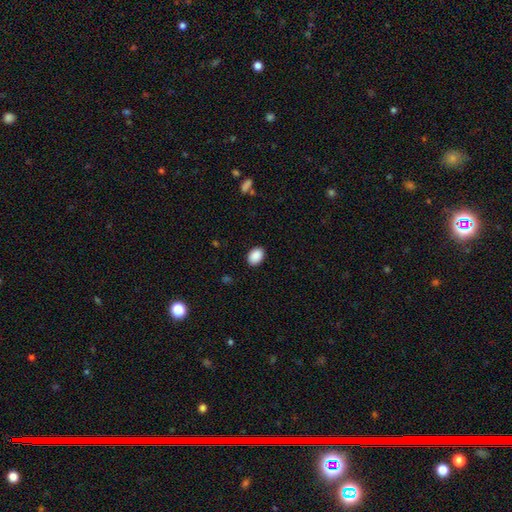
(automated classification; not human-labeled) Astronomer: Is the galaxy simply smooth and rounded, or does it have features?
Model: smooth — 90%.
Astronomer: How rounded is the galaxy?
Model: in between — 77%.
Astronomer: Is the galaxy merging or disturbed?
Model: none — 89%.